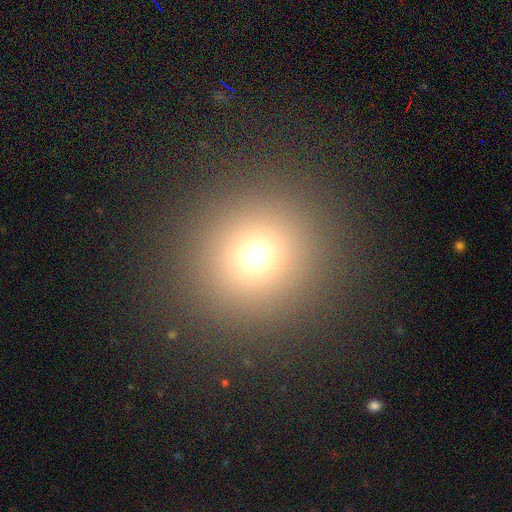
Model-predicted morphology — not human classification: Smooth or featured?
  - smooth: 69% *
  - star or artifact: 23%
  - featured or disk: 8%
How rounded?
  - round: 94% *
  - in between: 5%
  - cigar-shaped: 1%
Merging?
  - none: 90% *
  - minor disturbance: 5%
  - major disturbance: 3%
  - merger: 1%